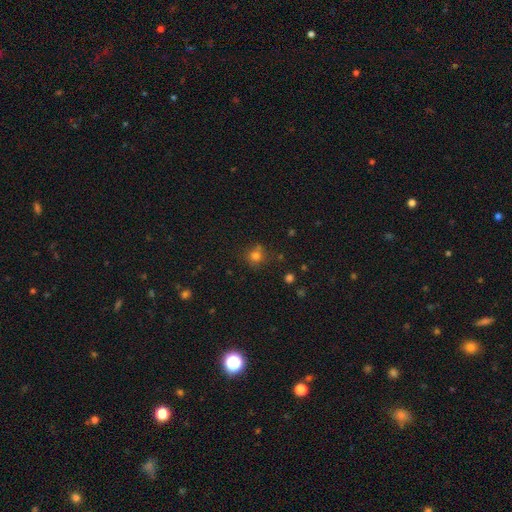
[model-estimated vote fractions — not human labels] Q: Smooth or featured?
A: smooth (77%); runner-up: star or artifact (16%)
Q: How rounded?
A: round (88%); runner-up: in between (11%)
Q: Merging?
A: none (71%); runner-up: minor disturbance (13%)